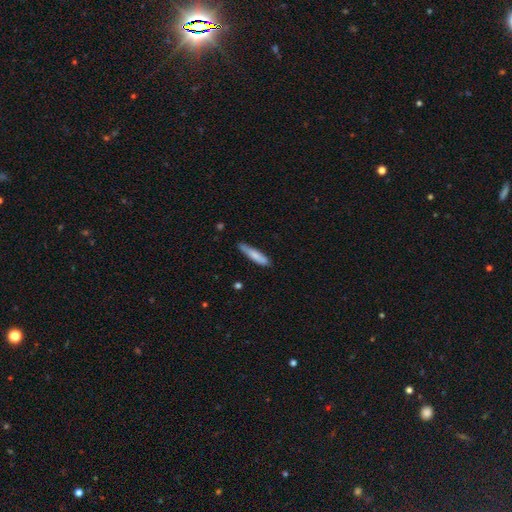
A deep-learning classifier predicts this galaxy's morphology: A smooth galaxy with no disk features (77%) that is cigar-shaped (86%).

Vote fractions:
- Smooth or featured? smooth: 77% / featured or disk: 18% / star or artifact: 5%
- How rounded? cigar-shaped: 86% / in between: 13% / round: 1%
- Merging? none: 77% / minor disturbance: 19% / major disturbance: 3% / merger: 2%